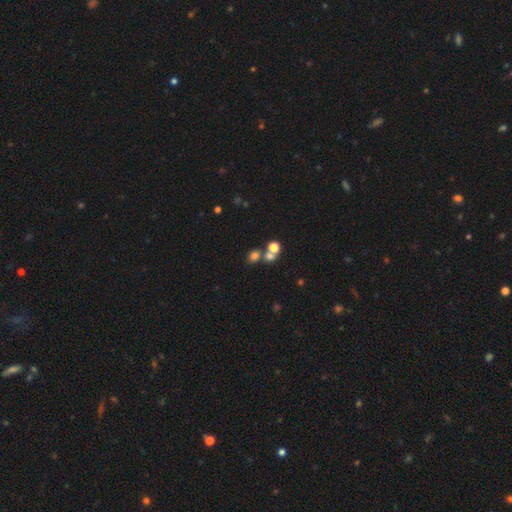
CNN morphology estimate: The model was most divided on "smooth or featured": smooth: 51%, star or artifact: 35%, featured or disk: 14%. More confident: how rounded — round (66%); merging — none (53%).